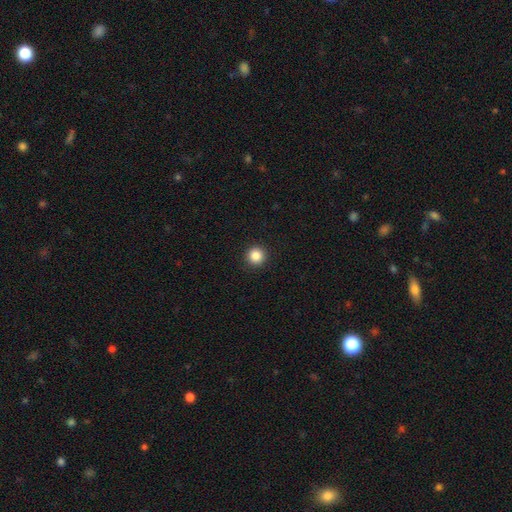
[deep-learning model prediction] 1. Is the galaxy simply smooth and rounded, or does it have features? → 86% smooth, 11% star or artifact, 3% featured or disk.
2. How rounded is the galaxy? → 96% round, 4% in between, 1% cigar-shaped.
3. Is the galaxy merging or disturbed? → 93% none, 4% minor disturbance, 2% major disturbance, 1% merger.